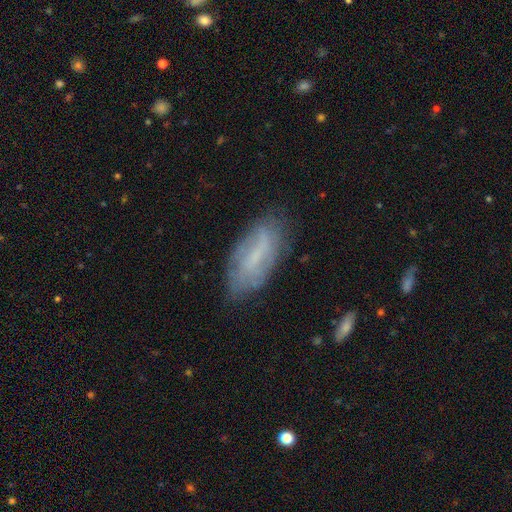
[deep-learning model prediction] Smooth or featured: featured or disk — 49% (smooth — 42%)
Merging: none — 71% (minor disturbance — 21%)